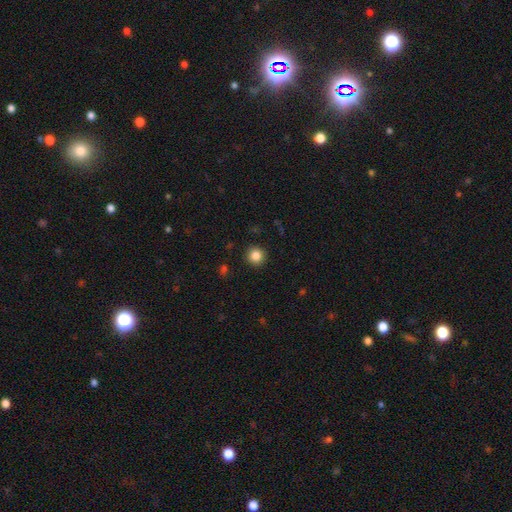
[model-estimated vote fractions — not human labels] Smooth or featured? Predicted: smooth (p=0.85). How rounded? Predicted: round (p=0.94). Merging? Predicted: none (p=0.92).